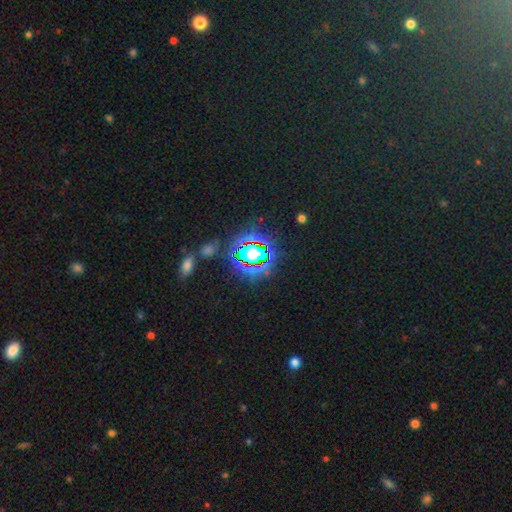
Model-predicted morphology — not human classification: The model was most divided on "smooth or featured": star or artifact: 68%, smooth: 20%, featured or disk: 12%.